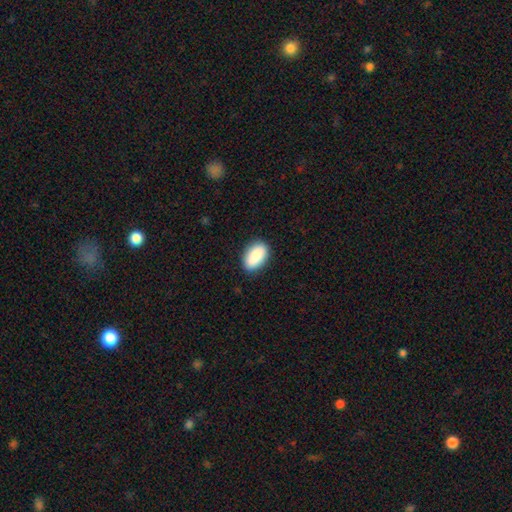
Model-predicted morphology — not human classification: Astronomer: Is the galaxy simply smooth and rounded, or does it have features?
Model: smooth — 87%.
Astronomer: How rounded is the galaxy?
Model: in between — 92%.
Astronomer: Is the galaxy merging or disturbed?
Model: none — 85%.